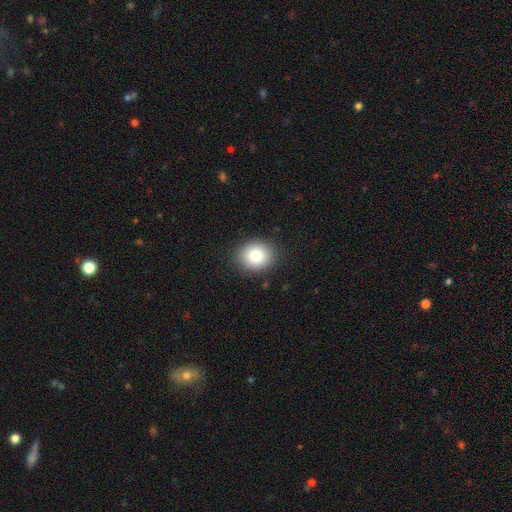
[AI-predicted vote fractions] smooth_or_featured: smooth (p=0.83) [alt: star or artifact p=0.09]
how_rounded: round (p=0.63) [alt: in between p=0.36]
merging: none (p=0.89) [alt: minor disturbance p=0.08]